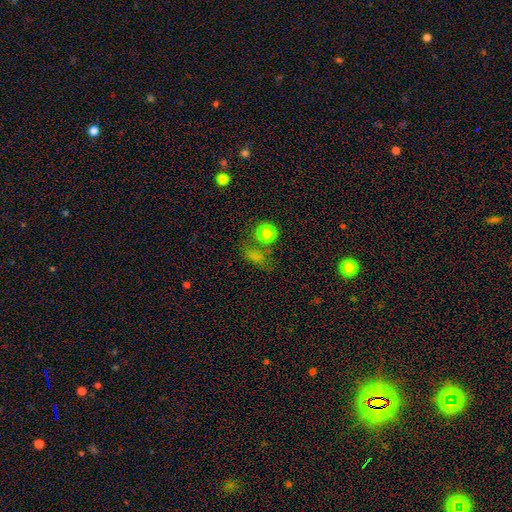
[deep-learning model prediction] Smooth or featured?
  - smooth: 68% *
  - star or artifact: 24%
  - featured or disk: 9%
How rounded?
  - round: 47% *
  - in between: 46%
  - cigar-shaped: 7%
Merging?
  - none: 56% *
  - minor disturbance: 17%
  - merger: 14%
  - major disturbance: 13%